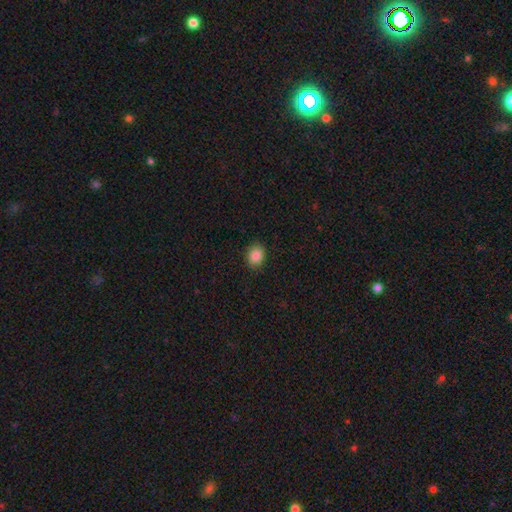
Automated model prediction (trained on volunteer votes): Smooth or featured: smooth — 86% (star or artifact — 10%)
How rounded: round — 54% (in between — 45%)
Merging: none — 88% (minor disturbance — 9%)